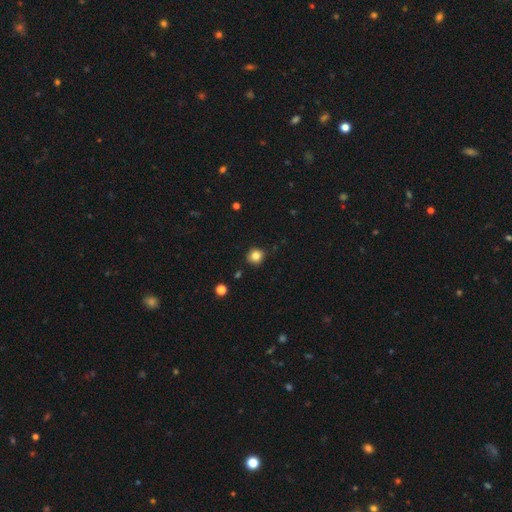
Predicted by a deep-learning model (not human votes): smooth 83%, star or artifact 12%, featured or disk 5%. Down the decision tree: how rounded — round (88%); merging — none (87%).